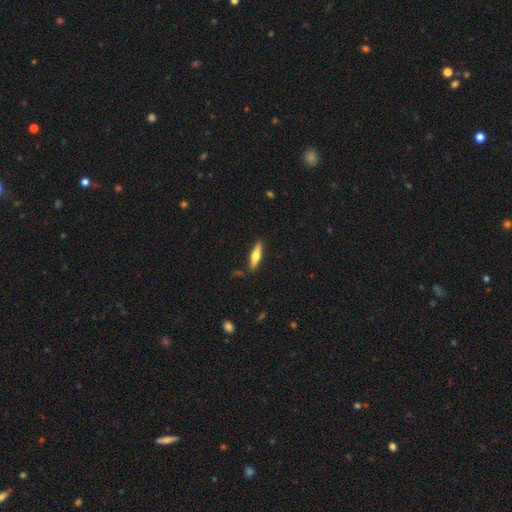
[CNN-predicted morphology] Smooth or featured? Predicted: smooth (p=0.52). How rounded? Predicted: cigar-shaped (p=0.71). Merging? Predicted: none (p=0.87).